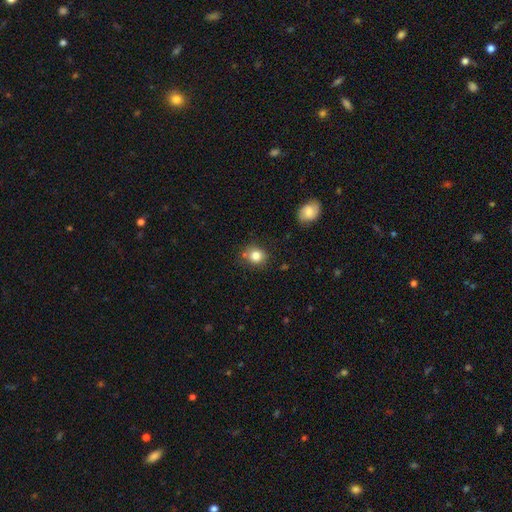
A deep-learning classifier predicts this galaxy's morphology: smooth 83%, star or artifact 11%, featured or disk 6%. Down the decision tree: how rounded — round (77%); merging — none (75%).